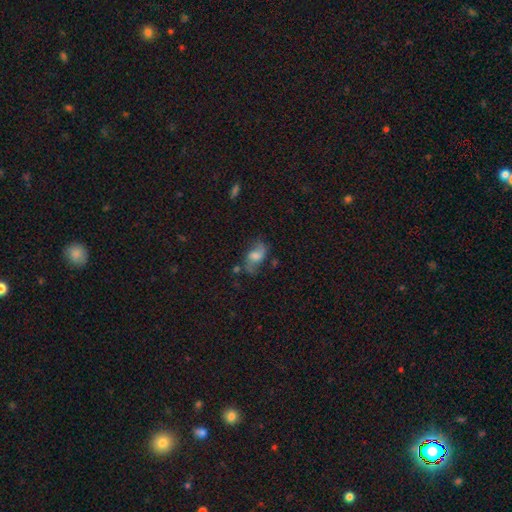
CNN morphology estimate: smooth-or-featured: featured or disk: 47% | smooth: 41% | star or artifact: 12%
  merging: none: 53% | minor disturbance: 25% | major disturbance: 16% | merger: 6%